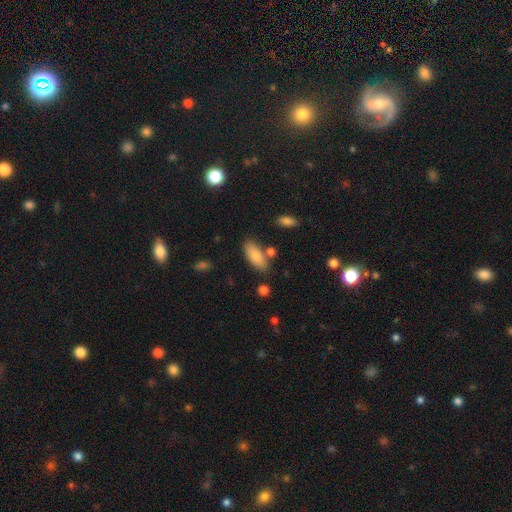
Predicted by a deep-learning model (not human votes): Overall: smooth (82%). How rounded: in between (83%). Merging: none (74%).